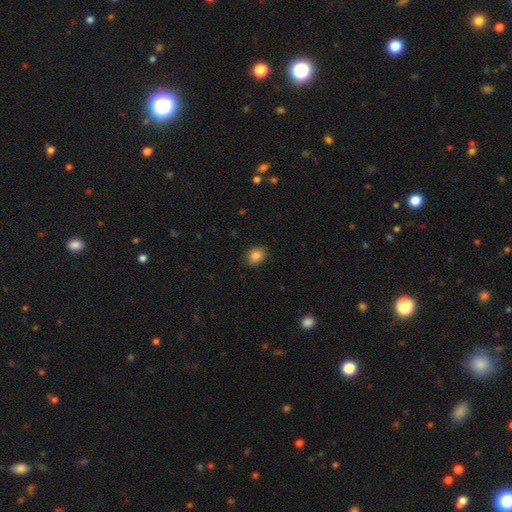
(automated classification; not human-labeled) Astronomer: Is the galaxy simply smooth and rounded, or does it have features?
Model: smooth — 86%.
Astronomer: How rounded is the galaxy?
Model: round — 56% (runner-up: in between, 43%).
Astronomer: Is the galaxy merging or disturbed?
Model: none — 87%.